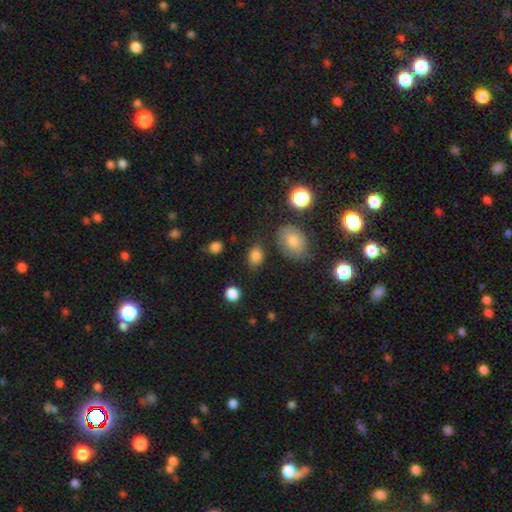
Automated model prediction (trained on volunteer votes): This is clearly a smooth galaxy (84%). How rounded: likely in between (78%). Merging: likely none (78%).